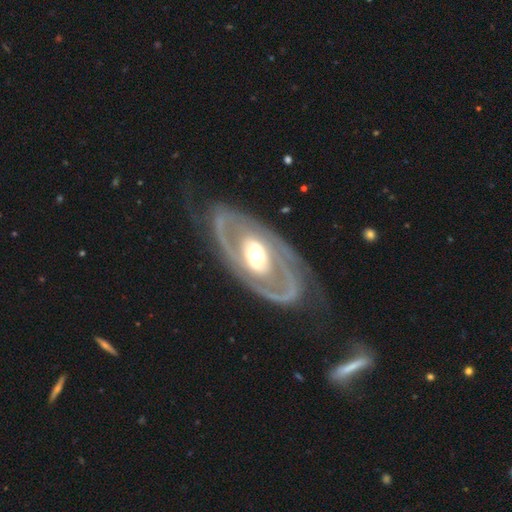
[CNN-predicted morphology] Q: Smooth or featured?
A: featured or disk (85%); runner-up: smooth (11%)
Q: Edge-on disk?
A: no (93%); runner-up: yes (7%)
Q: Bar?
A: no (61%); runner-up: weak (24%)
Q: Spiral arms?
A: yes (76%); runner-up: no (24%)
Q: Spiral winding?
A: tight (47%); runner-up: medium (35%)
Q: Spiral arm count?
A: 2 (71%); runner-up: can't tell (14%)
Q: Bulge size?
A: moderate (69%); runner-up: large (16%)
Q: Merging?
A: none (75%); runner-up: minor disturbance (14%)